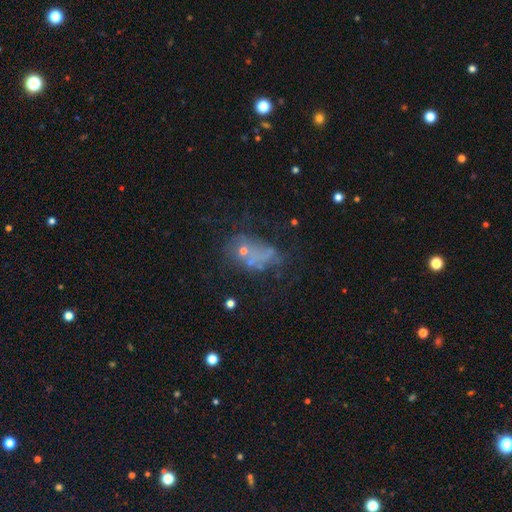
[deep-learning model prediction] Smooth or featured?
  - smooth: 38% *
  - featured or disk: 36%
  - star or artifact: 25%
Merging?
  - none: 33% * (tied)
  - major disturbance: 33% * (tied)
  - minor disturbance: 18%
  - merger: 16%